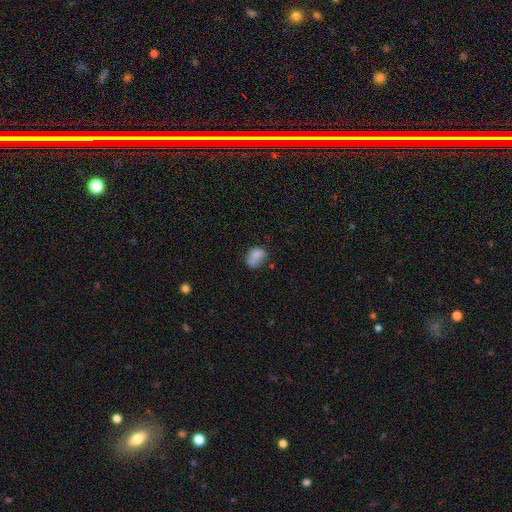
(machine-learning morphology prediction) Smooth or featured: smooth — 78% (featured or disk — 11%)
How rounded: in between — 74% (round — 24%)
Merging: none — 44% (minor disturbance — 30%)